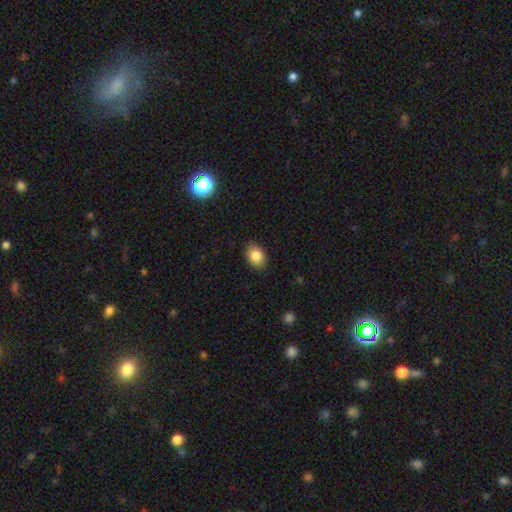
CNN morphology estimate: Q: Smooth or featured?
A: smooth (85%); runner-up: star or artifact (8%)
Q: How rounded?
A: in between (78%); runner-up: round (21%)
Q: Merging?
A: none (87%); runner-up: minor disturbance (10%)